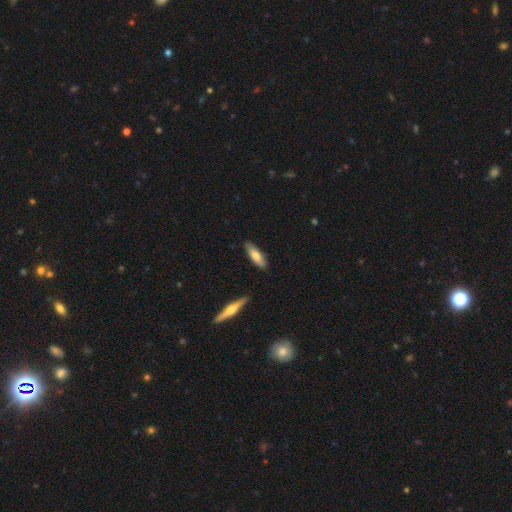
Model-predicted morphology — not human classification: A smooth galaxy with no disk features (69%) that is cigar-shaped (55%).

Vote fractions:
- Smooth or featured? smooth: 69% / featured or disk: 26% / star or artifact: 5%
- How rounded? cigar-shaped: 55% / in between: 44% / round: 2%
- Merging? none: 84% / minor disturbance: 12% / merger: 2% / major disturbance: 2%